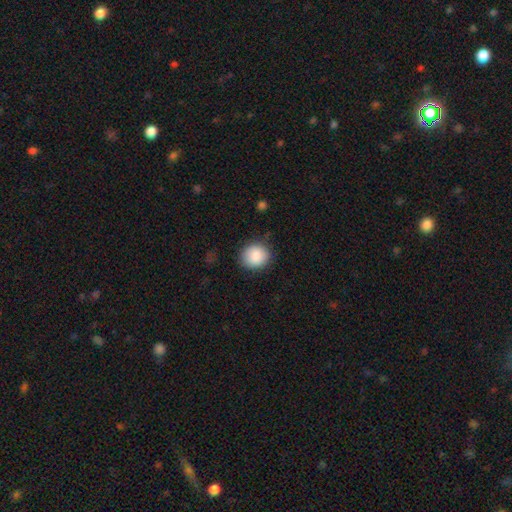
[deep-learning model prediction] smooth-or-featured: smooth: 87% | star or artifact: 8% | featured or disk: 5%
  how-rounded: round: 81% | in between: 18% | cigar-shaped: 1%
  merging: none: 85% | minor disturbance: 11% | major disturbance: 3% | merger: 1%